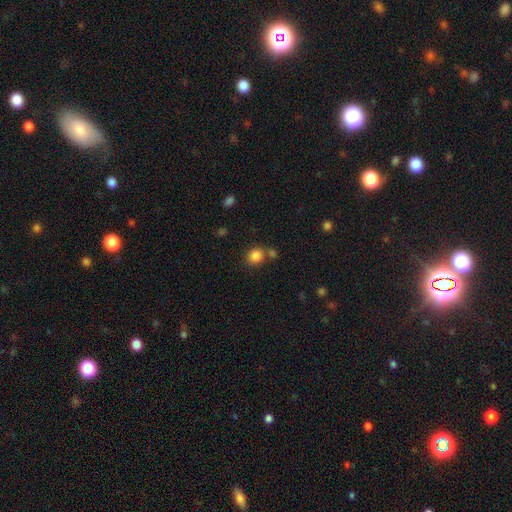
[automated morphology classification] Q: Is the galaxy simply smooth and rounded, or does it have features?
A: smooth — 84%.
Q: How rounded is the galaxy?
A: round — 80%.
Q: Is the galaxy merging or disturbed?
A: none — 67%.